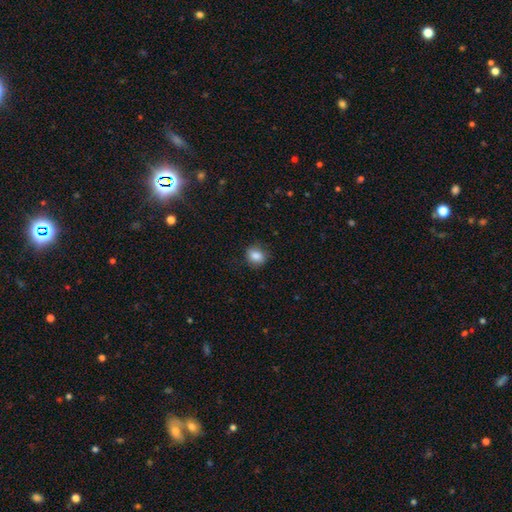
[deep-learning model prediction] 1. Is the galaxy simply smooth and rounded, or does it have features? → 84% smooth, 9% star or artifact, 7% featured or disk.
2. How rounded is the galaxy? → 56% round, 43% in between, 1% cigar-shaped.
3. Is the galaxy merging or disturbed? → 79% none, 16% minor disturbance, 4% major disturbance, 1% merger.